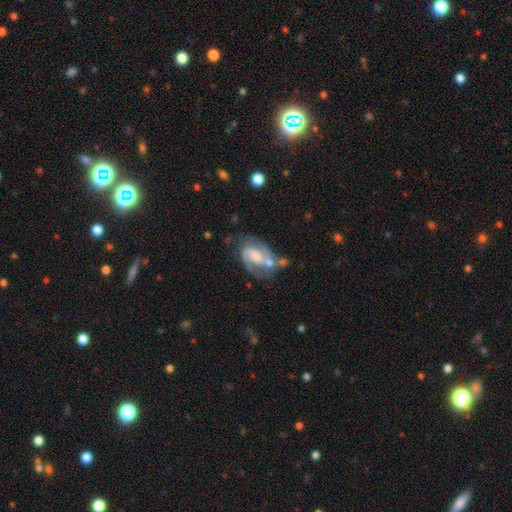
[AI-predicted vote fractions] Smooth or featured? featured or disk (79%)
Edge-on disk? no (97%)
Bar? weak (45%)
Spiral arms? yes (93%)
Spiral winding? medium (52%)
Spiral arm count? 2 (80%)
Bulge size? moderate (45%)
Merging? none (45%)